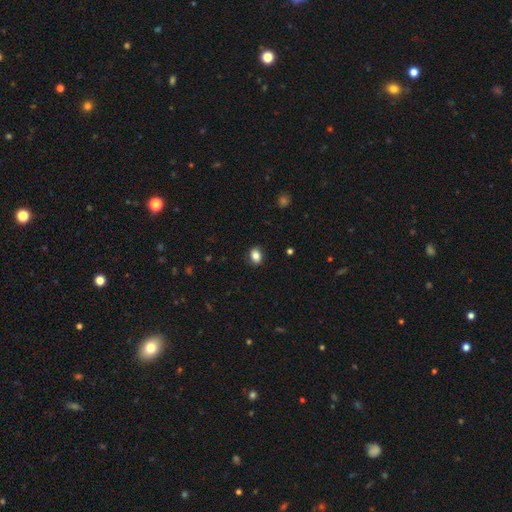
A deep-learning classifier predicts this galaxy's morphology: The model was most divided on "how rounded": in between: 67%, round: 31%, cigar-shaped: 1%. More confident: merging — none (89%); smooth or featured — smooth (85%).